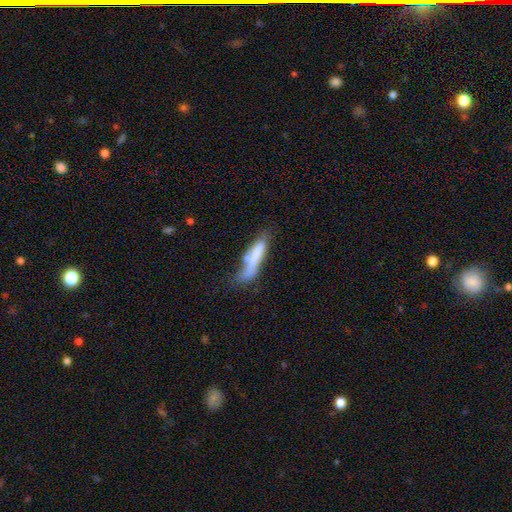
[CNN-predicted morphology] Smooth or featured? Predicted: smooth (p=0.66). How rounded? Predicted: cigar-shaped (p=0.77). Merging? Predicted: none (p=0.37).